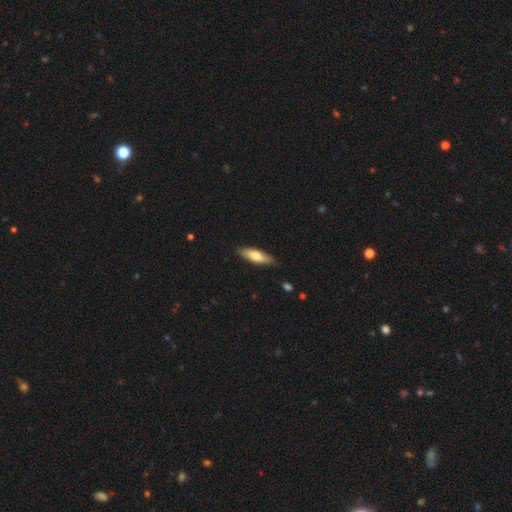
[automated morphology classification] Smooth or featured: smooth — 67% (featured or disk — 27%)
How rounded: cigar-shaped — 52% (in between — 46%)
Merging: none — 86% (minor disturbance — 11%)